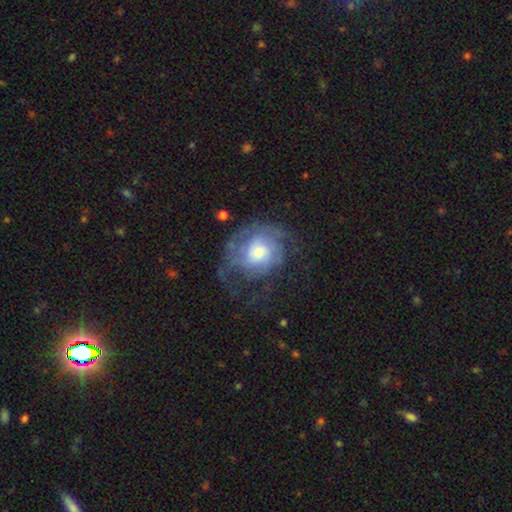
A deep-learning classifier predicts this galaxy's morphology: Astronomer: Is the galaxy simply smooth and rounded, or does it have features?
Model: featured or disk — 68%.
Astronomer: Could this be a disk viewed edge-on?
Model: no — 97%.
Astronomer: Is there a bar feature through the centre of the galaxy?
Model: no — 73%.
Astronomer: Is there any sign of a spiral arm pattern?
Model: yes — 84%.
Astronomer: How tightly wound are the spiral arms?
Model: tight — 41% (runner-up: medium, 38%).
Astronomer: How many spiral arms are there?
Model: can't tell — 41% (runner-up: 2, 28%).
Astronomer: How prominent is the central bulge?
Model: moderate — 47% (runner-up: large, 28%).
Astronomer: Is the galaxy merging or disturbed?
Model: none — 47% (runner-up: major disturbance, 32%).